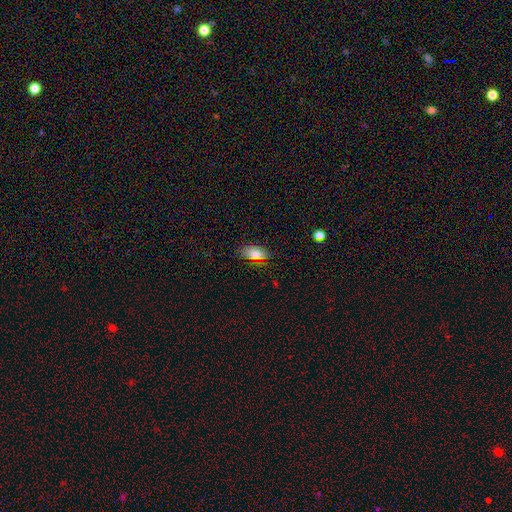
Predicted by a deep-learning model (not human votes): smooth 77%, star or artifact 12%, featured or disk 10%. Down the decision tree: how rounded — in between (86%); merging — none (79%).